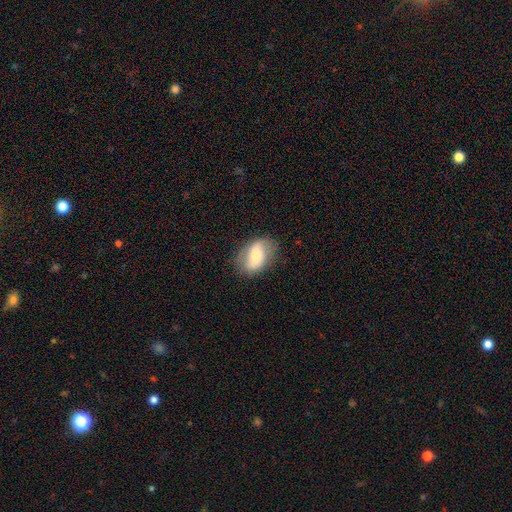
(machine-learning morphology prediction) Overall: smooth (58%; featured or disk 35%). How rounded: in between (87%). Merging: none (71%).